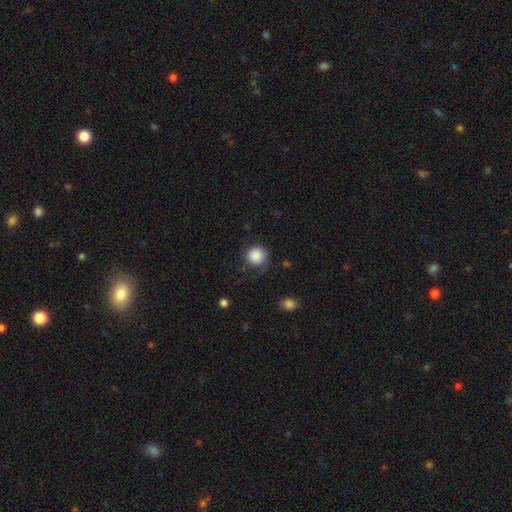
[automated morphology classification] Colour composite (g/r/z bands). It shows a smooth galaxy with no disk features (85%) that is round (91%). Merging: none (67%).